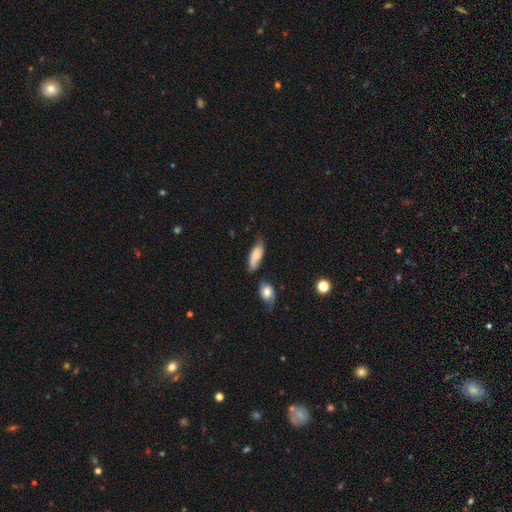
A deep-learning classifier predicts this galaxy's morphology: Smooth or featured? Predicted: smooth (p=0.62). How rounded? Predicted: in between (p=0.76). Merging? Predicted: none (p=0.48).